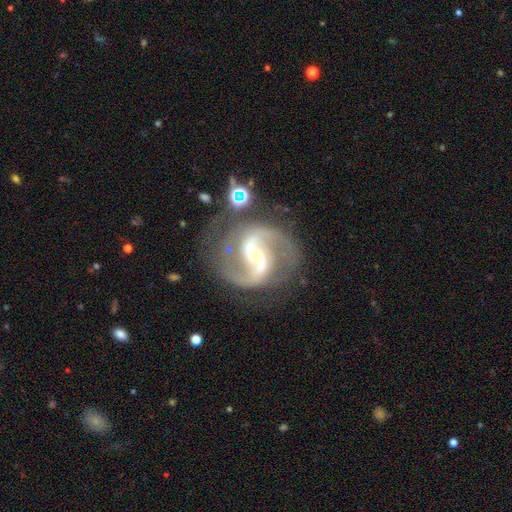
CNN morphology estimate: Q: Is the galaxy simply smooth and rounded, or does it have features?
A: featured or disk — 92%.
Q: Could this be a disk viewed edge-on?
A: no — 98%.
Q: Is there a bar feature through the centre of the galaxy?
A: weak — 39%.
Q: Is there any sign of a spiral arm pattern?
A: yes — 98%.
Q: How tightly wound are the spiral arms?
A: medium — 61%.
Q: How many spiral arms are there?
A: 2 — 94%.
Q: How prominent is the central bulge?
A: small — 54%.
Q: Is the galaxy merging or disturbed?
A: none — 75%.